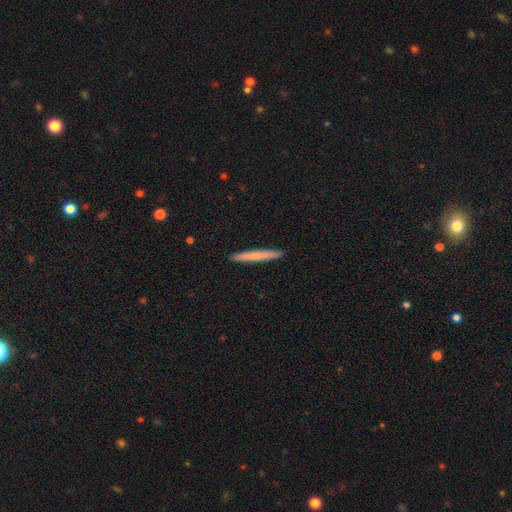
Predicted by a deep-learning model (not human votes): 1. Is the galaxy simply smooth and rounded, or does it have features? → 67% smooth, 28% featured or disk, 5% star or artifact.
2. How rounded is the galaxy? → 97% cigar-shaped, 2% in between, 1% round.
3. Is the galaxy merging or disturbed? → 93% none, 5% minor disturbance, 1% major disturbance, 1% merger.